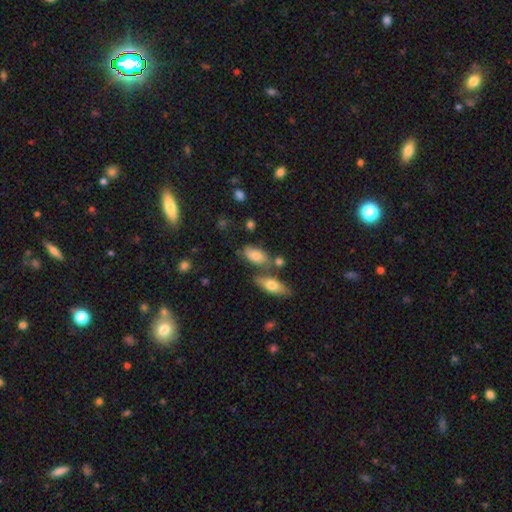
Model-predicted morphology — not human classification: Smooth or featured? Predicted: smooth (p=0.74). How rounded? Predicted: in between (p=0.89). Merging? Predicted: none (p=0.54).